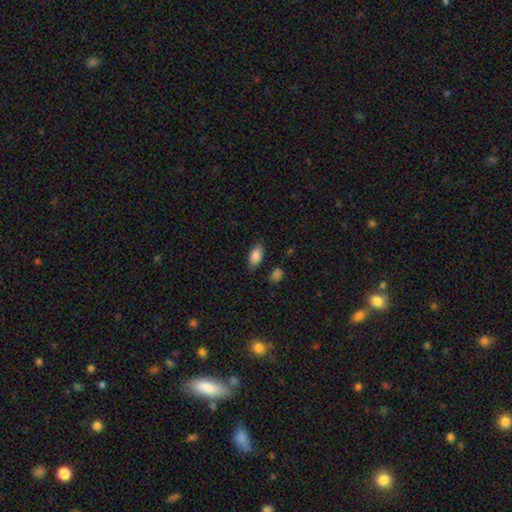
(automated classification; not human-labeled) smooth_or_featured: smooth (p=0.86) [alt: star or artifact p=0.07]
how_rounded: in between (p=0.92) [alt: cigar-shaped p=0.05]
merging: none (p=0.83) [alt: minor disturbance p=0.12]